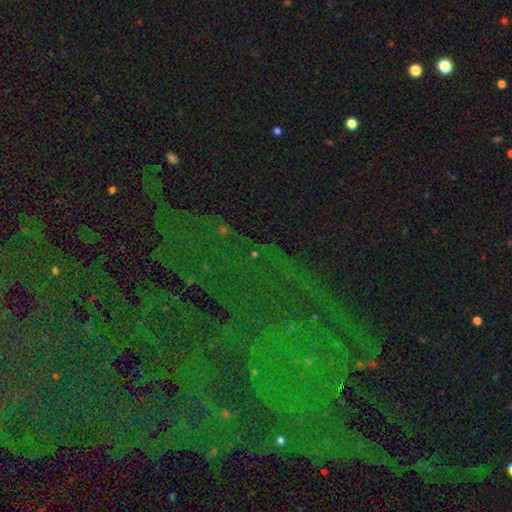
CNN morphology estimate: A star or artifact, not a galaxy (85%).